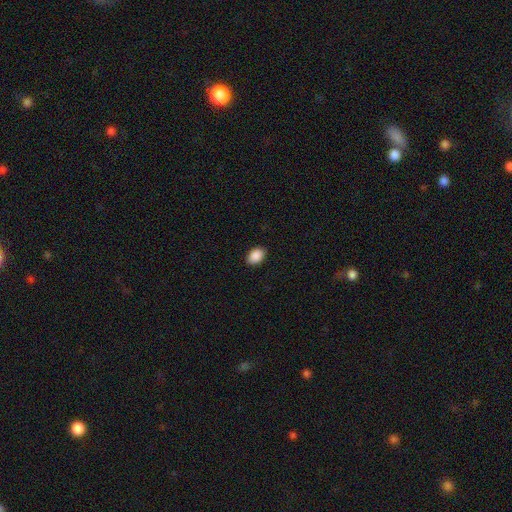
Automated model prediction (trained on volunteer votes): Morphology: type=smooth (90%); roundness=in between (85%); merging=none (89%).